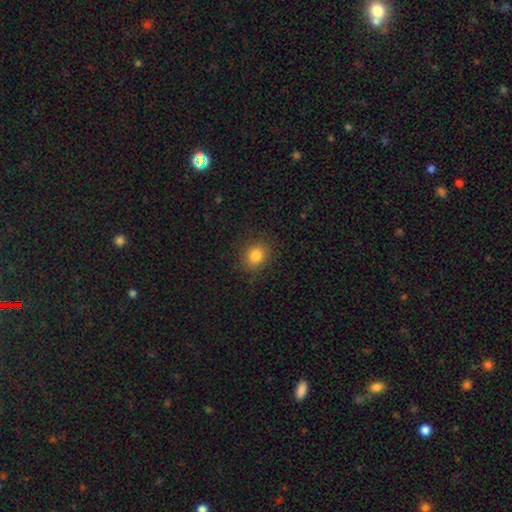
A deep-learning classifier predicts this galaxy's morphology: Smooth or featured: smooth — 83% (star or artifact — 11%)
How rounded: round — 67% (in between — 32%)
Merging: none — 87% (minor disturbance — 9%)